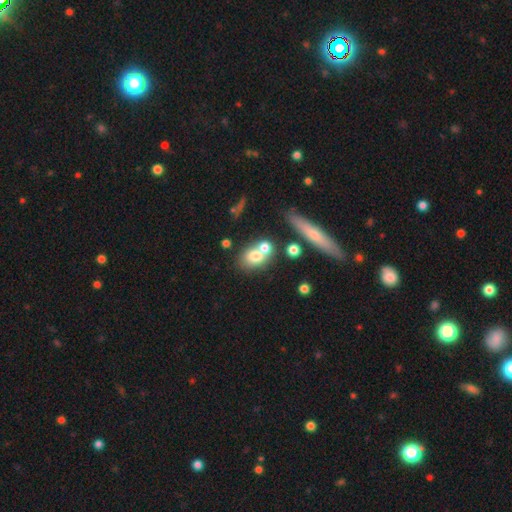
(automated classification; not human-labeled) smooth_or_featured: smooth (p=0.70) [alt: featured or disk p=0.20]
how_rounded: in between (p=0.54) [alt: round p=0.42]
merging: merger (p=0.46) [alt: none p=0.39]